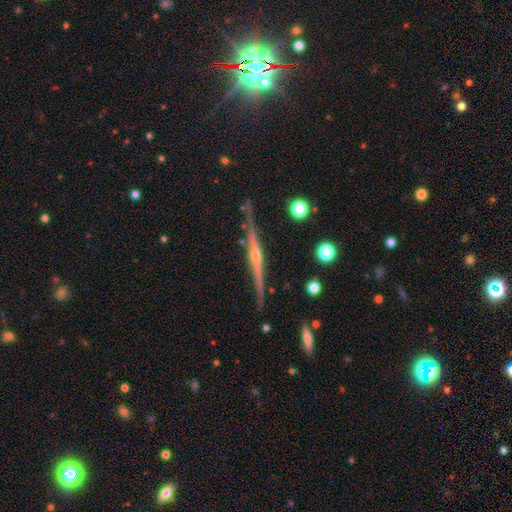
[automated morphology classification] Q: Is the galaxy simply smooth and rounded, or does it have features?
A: featured or disk — 84%.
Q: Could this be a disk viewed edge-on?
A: yes — 98%.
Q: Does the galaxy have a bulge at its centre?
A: rounded — 83%.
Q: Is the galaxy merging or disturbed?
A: none — 86%.